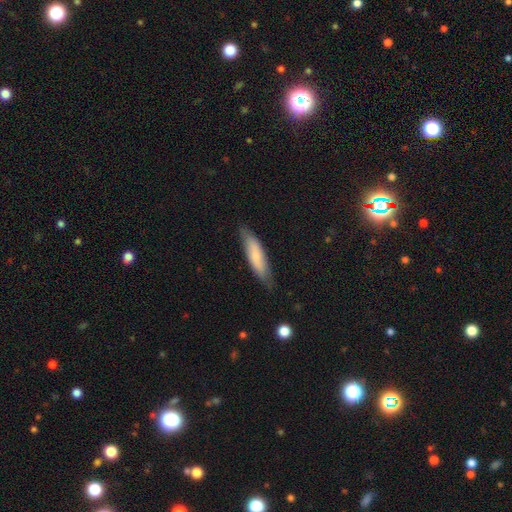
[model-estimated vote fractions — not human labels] smooth 72%, featured or disk 22%, star or artifact 6%. Down the decision tree: how rounded — cigar-shaped (69%); merging — none (79%).